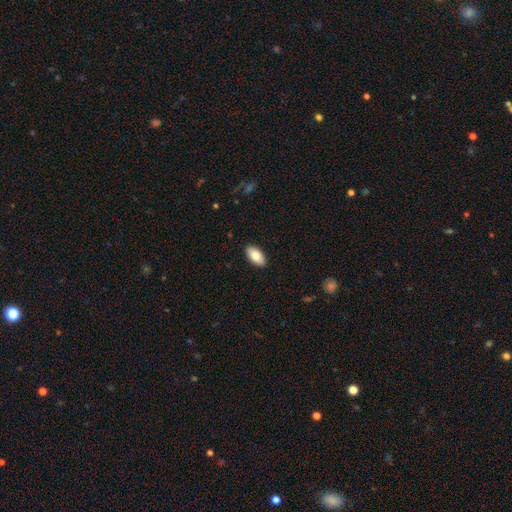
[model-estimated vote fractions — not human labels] This appears to be a smooth galaxy with no disk features (81%) that is in between round and cigar-shaped (94%). Merging: none (90%).